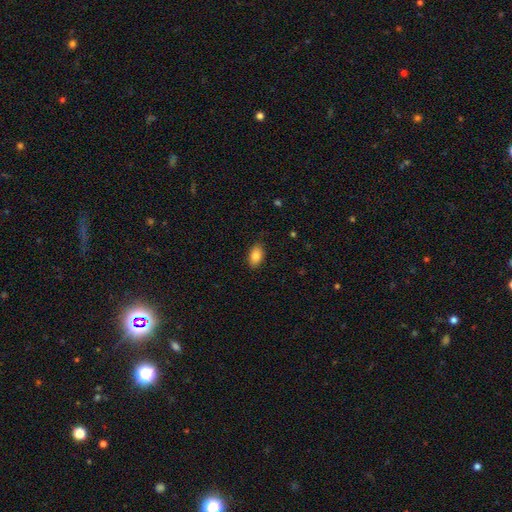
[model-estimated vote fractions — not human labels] This is clearly a smooth galaxy (86%). How rounded: clearly in between (91%). Merging: clearly none (84%).